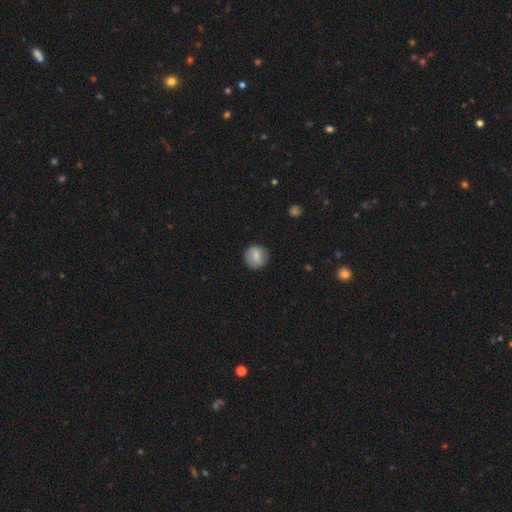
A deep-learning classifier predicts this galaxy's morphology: smooth 77%, featured or disk 16%, star or artifact 7%. Down the decision tree: how rounded — round (92%); merging — none (88%).